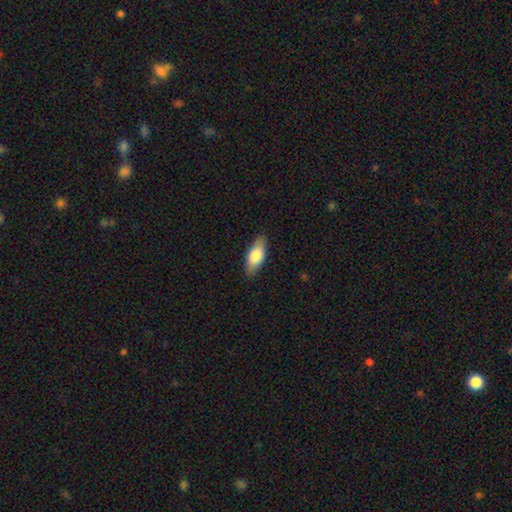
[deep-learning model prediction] Smooth or featured?
  - smooth: 74% *
  - featured or disk: 21%
  - star or artifact: 6%
How rounded?
  - in between: 80% *
  - cigar-shaped: 17%
  - round: 3%
Merging?
  - none: 86% *
  - minor disturbance: 11%
  - major disturbance: 2%
  - merger: 1%